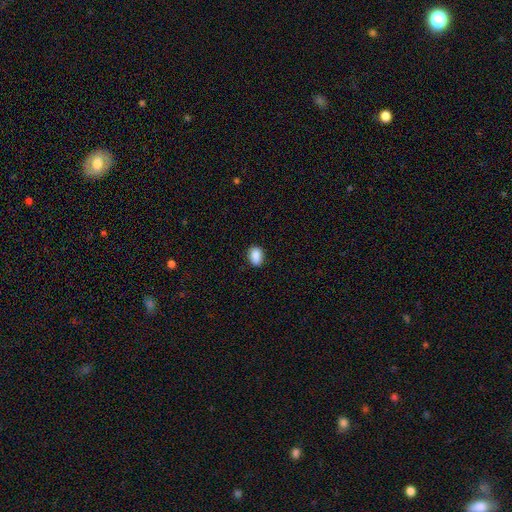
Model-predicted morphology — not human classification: Smooth or featured? Predicted: smooth (p=0.90). How rounded? Predicted: in between (p=0.80). Merging? Predicted: none (p=0.87).